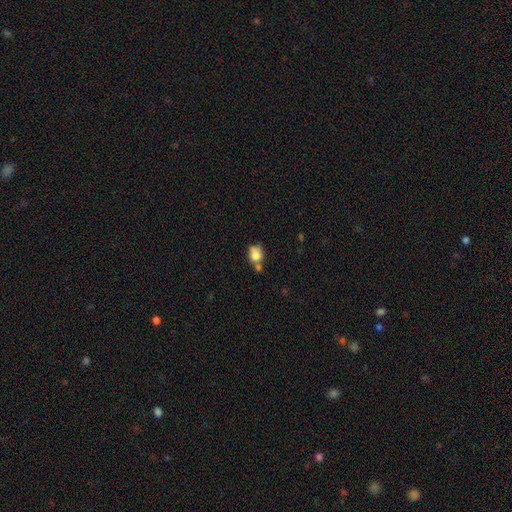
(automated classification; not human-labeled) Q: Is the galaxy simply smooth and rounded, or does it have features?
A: smooth — 73%.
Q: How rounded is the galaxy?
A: in between — 49%, tied with round.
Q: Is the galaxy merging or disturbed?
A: none — 37%.